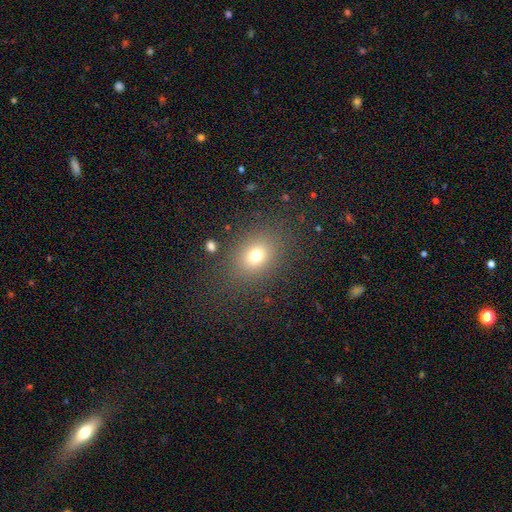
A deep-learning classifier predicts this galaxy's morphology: Smooth or featured? smooth (74%)
How rounded? in between (51%)
Merging? none (82%)